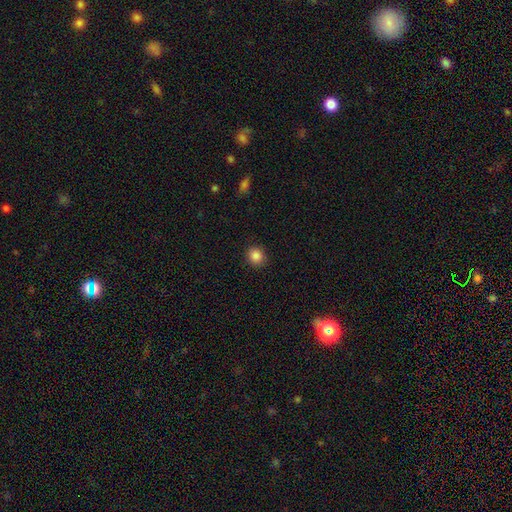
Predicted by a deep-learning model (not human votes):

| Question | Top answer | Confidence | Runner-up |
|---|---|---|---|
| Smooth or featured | smooth | 86% | star or artifact (10%) |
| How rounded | round | 81% | in between (18%) |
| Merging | none | 90% | minor disturbance (7%) |